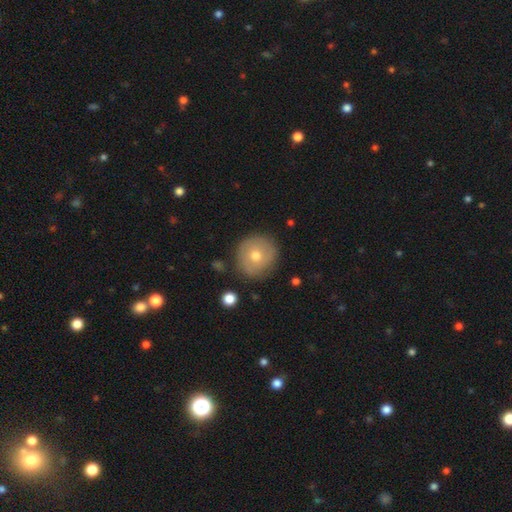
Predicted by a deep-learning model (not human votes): Smooth or featured? Predicted: smooth (p=0.62). How rounded? Predicted: round (p=0.91). Merging? Predicted: none (p=0.83).